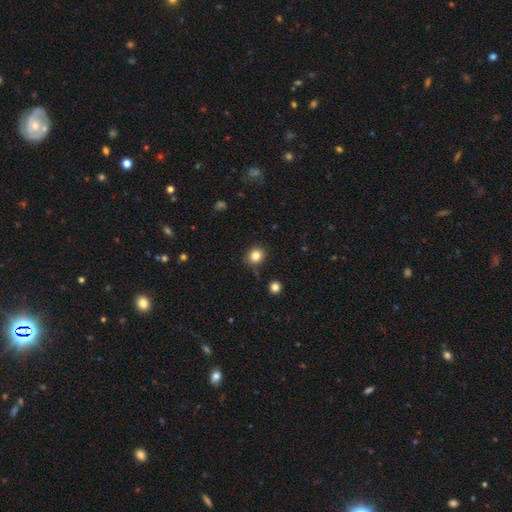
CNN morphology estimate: smooth 82%, star or artifact 12%, featured or disk 6%. Down the decision tree: how rounded — round (81%); merging — none (84%).